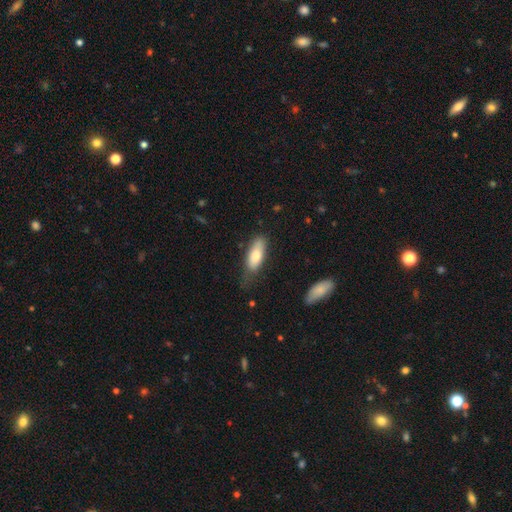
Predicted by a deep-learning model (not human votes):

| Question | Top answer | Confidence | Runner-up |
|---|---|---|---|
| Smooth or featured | smooth | 74% | featured or disk (19%) |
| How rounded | in between | 75% | cigar-shaped (23%) |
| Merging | none | 63% | minor disturbance (27%) |